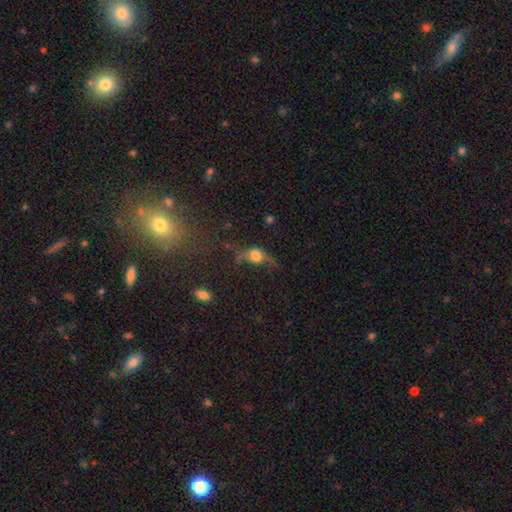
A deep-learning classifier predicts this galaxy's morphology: smooth 51%, featured or disk 34%, star or artifact 15%. Down the decision tree: how rounded — in between (50%); merging — major disturbance (42%).